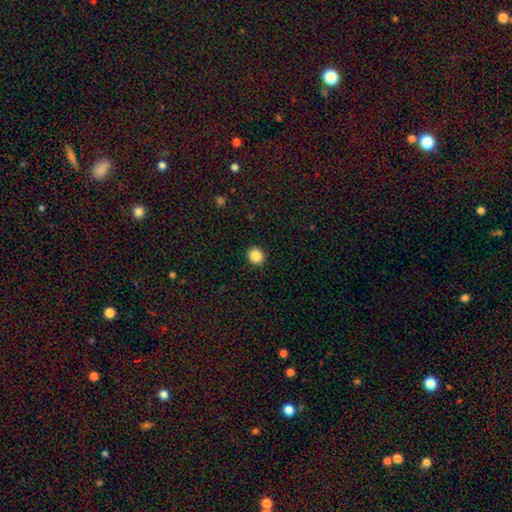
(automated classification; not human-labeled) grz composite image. It shows a smooth galaxy with no disk features (88%) that is round (82%). Merging: none (92%).